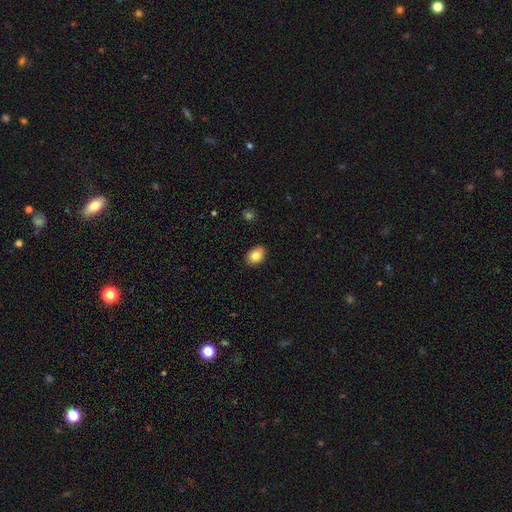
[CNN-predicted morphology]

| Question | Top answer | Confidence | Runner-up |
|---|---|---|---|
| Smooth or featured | smooth | 84% | star or artifact (8%) |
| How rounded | in between | 74% | round (25%) |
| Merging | none | 86% | minor disturbance (11%) |